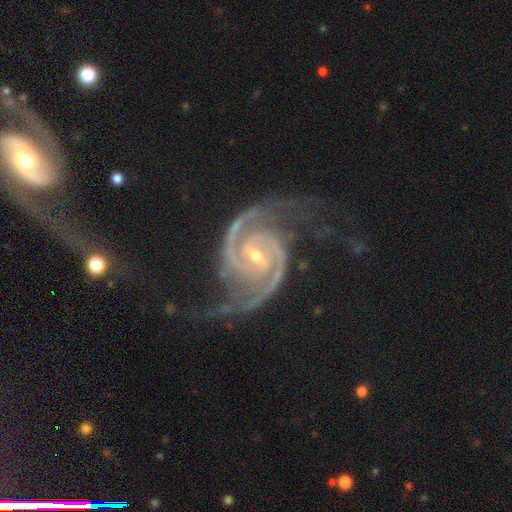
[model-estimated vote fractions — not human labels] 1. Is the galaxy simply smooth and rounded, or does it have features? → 94% featured or disk, 4% star or artifact, 2% smooth.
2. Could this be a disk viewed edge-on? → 98% no, 2% yes.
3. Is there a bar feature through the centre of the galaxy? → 45% weak, 31% no, 24% strong.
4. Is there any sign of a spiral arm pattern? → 99% yes, 1% no.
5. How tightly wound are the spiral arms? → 49% medium, 38% tight, 13% loose.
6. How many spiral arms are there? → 87% 2, 4% 3, 3% can't tell, 2% 4, 2% 1, 2% more than 4.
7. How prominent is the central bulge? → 54% small, 43% moderate, 2% large, 1% none, 1% dominant.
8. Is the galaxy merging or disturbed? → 64% none, 19% minor disturbance, 14% major disturbance, 2% merger.